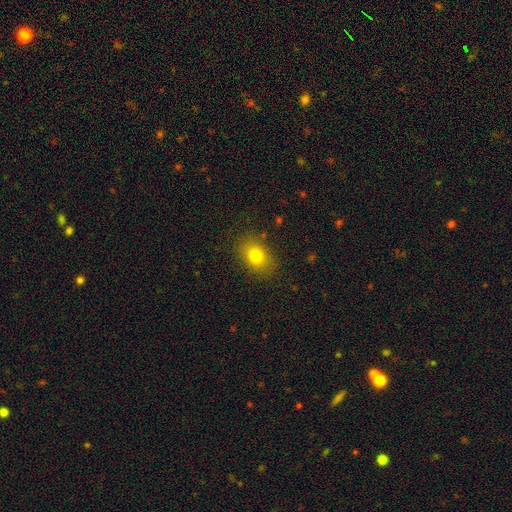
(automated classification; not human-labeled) A smooth galaxy with no disk features (78%) that is in between round and cigar-shaped (73%).

Vote fractions:
- Smooth or featured? smooth: 78% / star or artifact: 12% / featured or disk: 11%
- How rounded? in between: 73% / round: 26% / cigar-shaped: 1%
- Merging? none: 85% / minor disturbance: 11% / major disturbance: 3% / merger: 1%